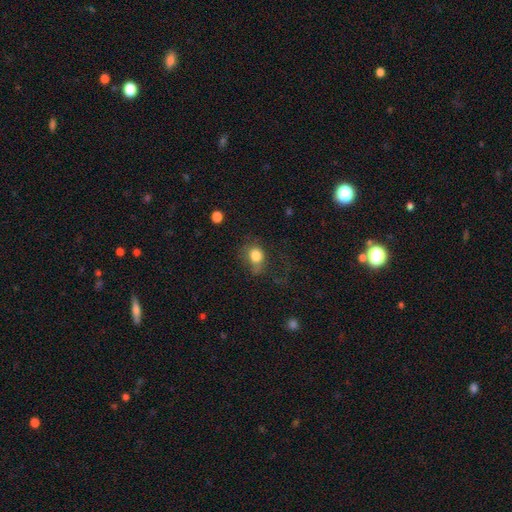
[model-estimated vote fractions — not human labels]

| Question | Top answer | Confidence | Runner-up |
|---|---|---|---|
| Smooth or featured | smooth | 79% | featured or disk (11%) |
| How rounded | round | 52% | in between (47%) |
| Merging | none | 41% | major disturbance (31%) |